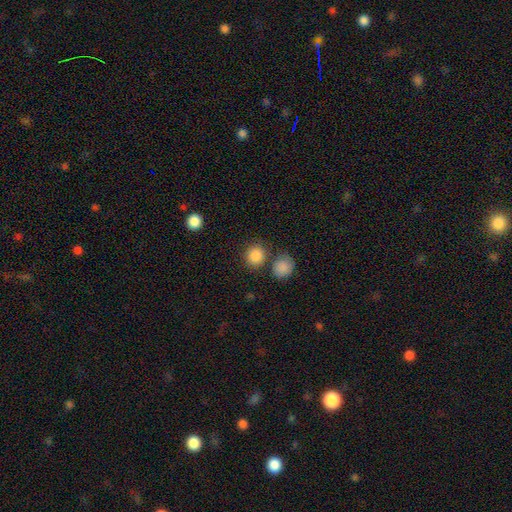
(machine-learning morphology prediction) smooth_or_featured: smooth (p=0.87) [alt: star or artifact p=0.09]
how_rounded: round (p=0.82) [alt: in between p=0.17]
merging: none (p=0.72) [alt: merger p=0.15]